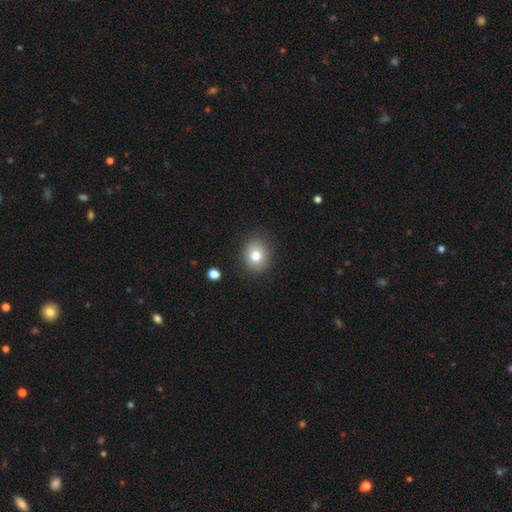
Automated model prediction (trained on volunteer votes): Q: Smooth or featured?
A: smooth (79%); runner-up: star or artifact (11%)
Q: How rounded?
A: round (67%); runner-up: in between (32%)
Q: Merging?
A: none (86%); runner-up: minor disturbance (10%)